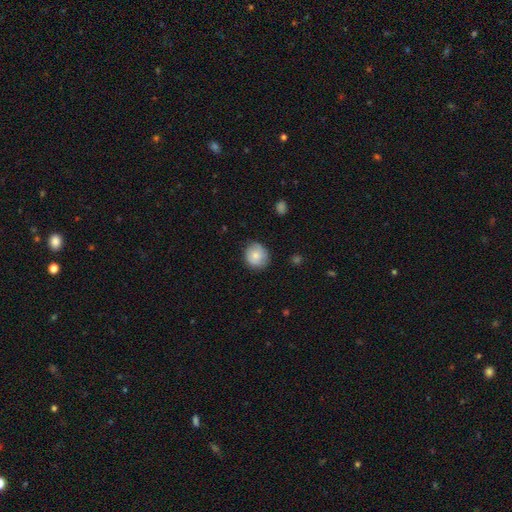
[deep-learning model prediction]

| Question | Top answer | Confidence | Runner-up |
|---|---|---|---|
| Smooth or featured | smooth | 79% | featured or disk (14%) |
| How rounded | round | 84% | in between (15%) |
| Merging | none | 82% | minor disturbance (14%) |